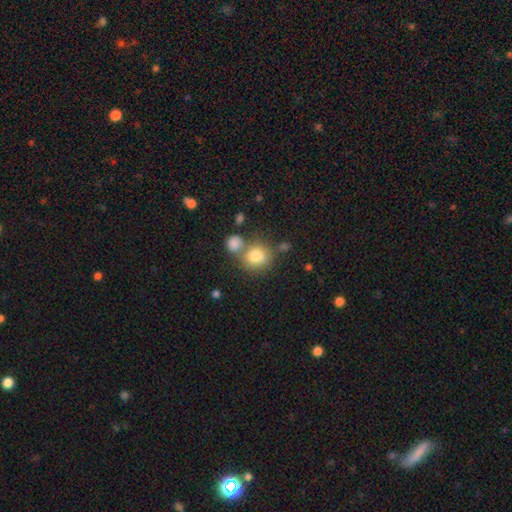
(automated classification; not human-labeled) A smooth galaxy with no disk features (80%) that is round (81%).

Vote fractions:
- Smooth or featured? smooth: 80% / star or artifact: 10% / featured or disk: 10%
- How rounded? round: 81% / in between: 18% / cigar-shaped: 1%
- Merging? none: 57% / merger: 27% / minor disturbance: 12% / major disturbance: 5%